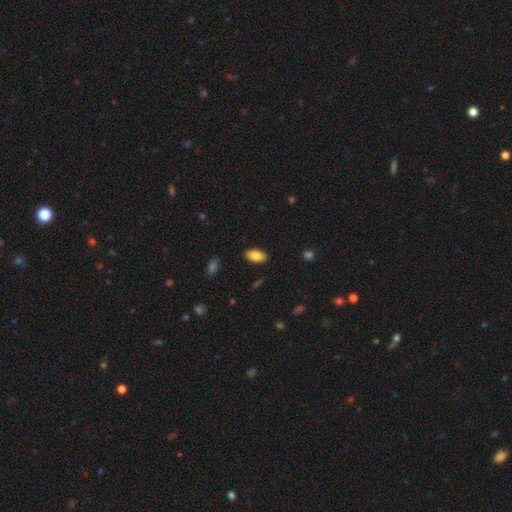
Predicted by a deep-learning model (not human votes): Q: Smooth or featured?
A: smooth (81%); runner-up: featured or disk (12%)
Q: How rounded?
A: in between (94%); runner-up: round (4%)
Q: Merging?
A: none (88%); runner-up: minor disturbance (9%)